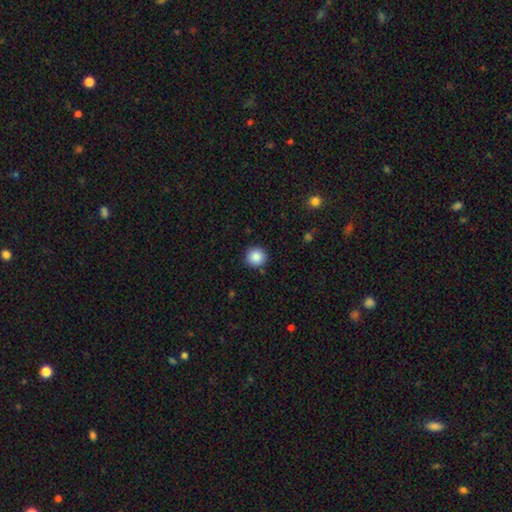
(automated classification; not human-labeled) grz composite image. It shows a smooth galaxy with no disk features (87%) that is round (94%). Merging: none (91%).